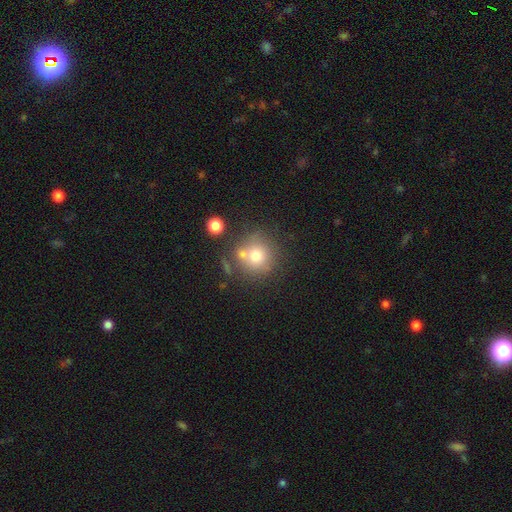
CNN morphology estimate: Smooth or featured: smooth — 71% (featured or disk — 15%)
How rounded: round — 90% (in between — 9%)
Merging: none — 63% (merger — 20%)